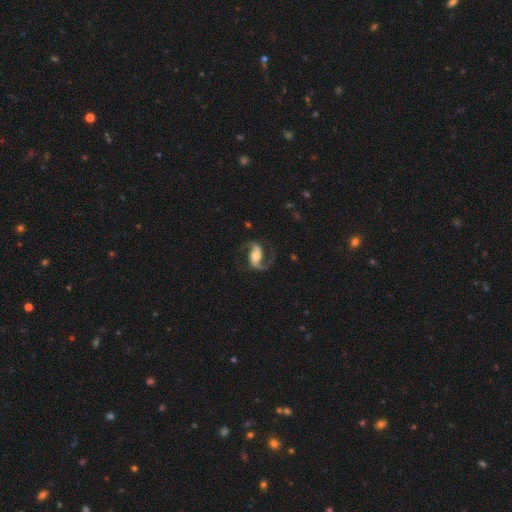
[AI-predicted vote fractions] Smooth or featured: featured or disk — 89% (smooth — 6%)
Edge-on disk: no — 97% (yes — 3%)
Bar: strong — 40% (weak — 34%)
Spiral arms: yes — 97% (no — 3%)
Spiral winding: loose — 48% (medium — 44%)
Spiral arm count: 2 — 93% (1 — 3%)
Bulge size: moderate — 63% (small — 19%)
Merging: none — 78% (minor disturbance — 12%)